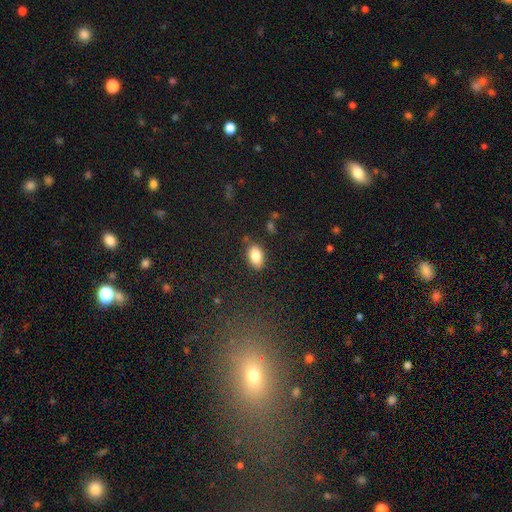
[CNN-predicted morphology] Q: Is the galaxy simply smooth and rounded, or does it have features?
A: smooth — 86%.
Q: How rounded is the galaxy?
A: in between — 91%.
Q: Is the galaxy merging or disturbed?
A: none — 83%.